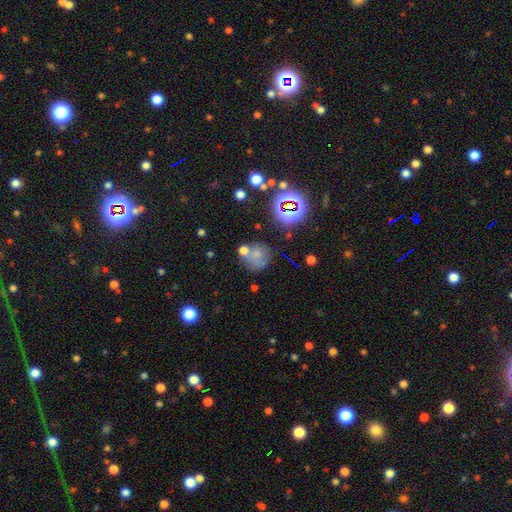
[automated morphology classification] Overall: smooth (57%; star or artifact 22%). How rounded: round (79%). Merging: none (47%; merger 22%).